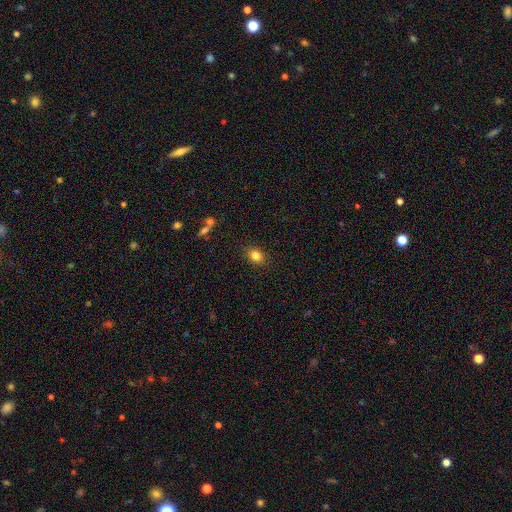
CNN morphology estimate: type=smooth (83%); roundness=in between (52%); merging=none (87%).